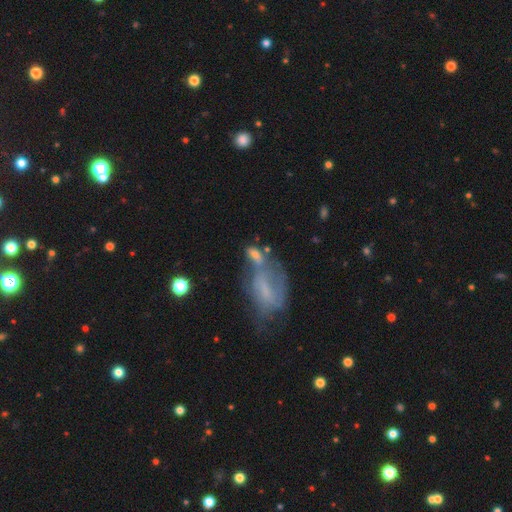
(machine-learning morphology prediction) smooth 44%, featured or disk 42%, star or artifact 14%. Down the decision tree: merging — merger (44%).